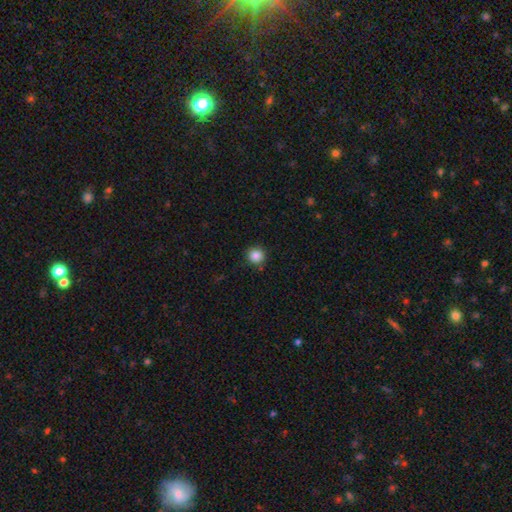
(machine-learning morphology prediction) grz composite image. It shows a smooth galaxy with no disk features (85%) that is round (93%). Merging: none (90%).